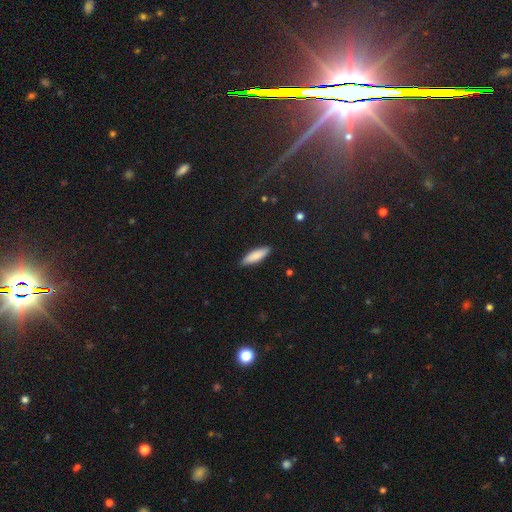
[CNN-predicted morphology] Overall: smooth (84%). How rounded: cigar-shaped (56%; in between 42%). Merging: none (88%).